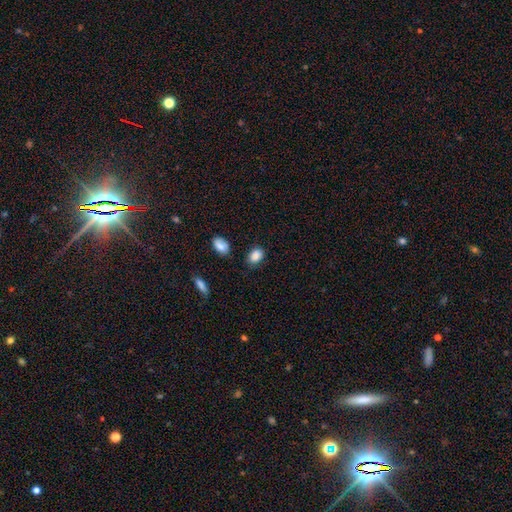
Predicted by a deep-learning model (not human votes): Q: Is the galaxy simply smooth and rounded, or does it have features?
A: smooth — 88%.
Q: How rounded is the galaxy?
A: in between — 80%.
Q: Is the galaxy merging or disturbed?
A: none — 79%.